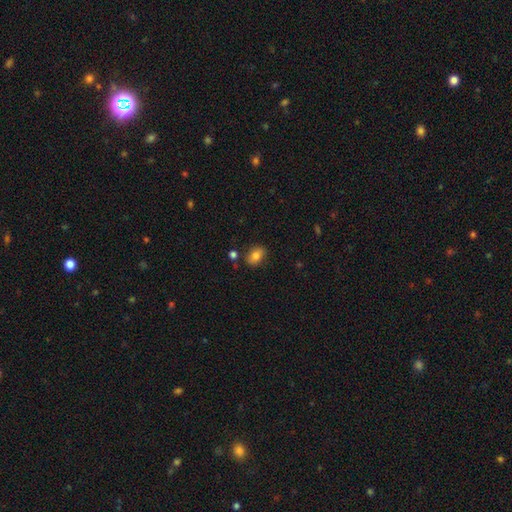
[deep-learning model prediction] Smooth or featured?
  - smooth: 81% *
  - featured or disk: 10%
  - star or artifact: 9%
How rounded?
  - in between: 81% *
  - round: 18%
  - cigar-shaped: 2%
Merging?
  - none: 80% *
  - minor disturbance: 12%
  - merger: 5%
  - major disturbance: 3%